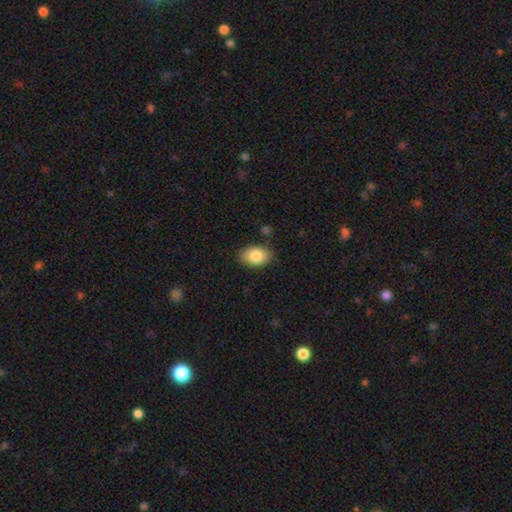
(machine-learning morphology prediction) The model was most divided on "merging": none: 84%, minor disturbance: 12%, major disturbance: 2%, merger: 2%. More confident: how rounded — in between (89%); smooth or featured — smooth (84%).